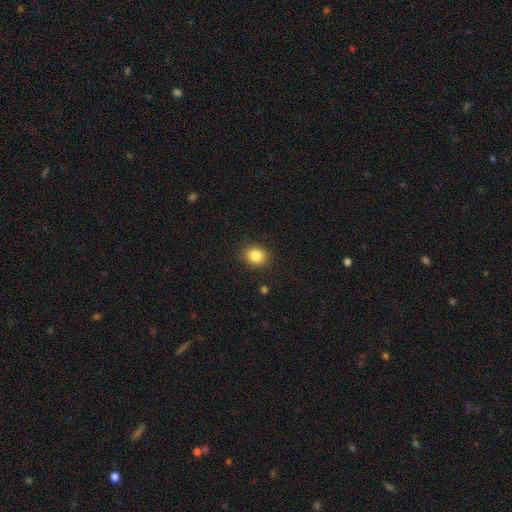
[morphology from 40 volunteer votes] smooth_or_featured: smooth (p=0.85) [alt: featured or disk p=0.07]
how_rounded: round (p=0.71) [alt: in between p=0.26]
merging: none (p=0.78) [alt: minor disturbance p=0.16]